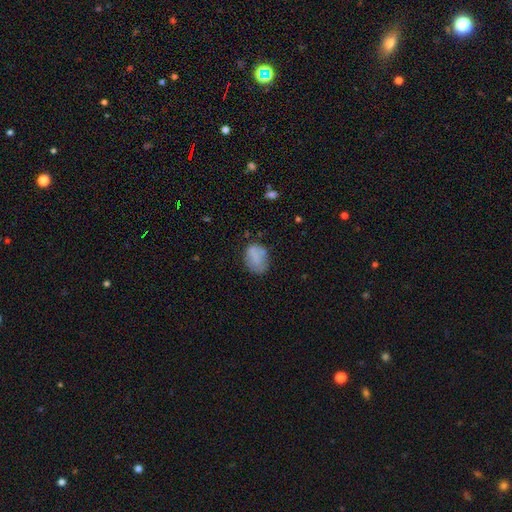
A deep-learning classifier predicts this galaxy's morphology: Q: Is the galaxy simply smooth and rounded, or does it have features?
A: smooth — 73%.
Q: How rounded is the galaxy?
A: in between — 71%.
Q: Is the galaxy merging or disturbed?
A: none — 61%.